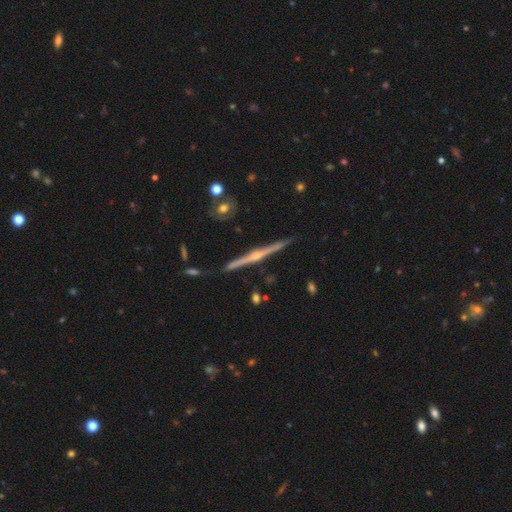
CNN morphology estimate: This appears to be a featured or disk galaxy (86%) viewed edge-on (99%) with a rounded central bulge (86%). Merging: none (90%).